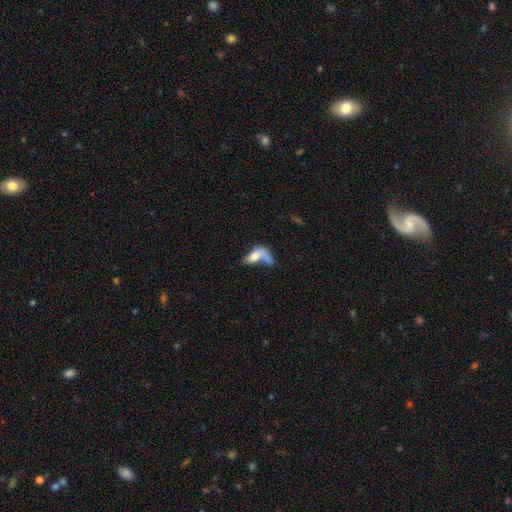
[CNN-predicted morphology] Smooth or featured? Predicted: smooth (p=0.64). How rounded? Predicted: in between (p=0.77). Merging? Predicted: merger (p=0.47).